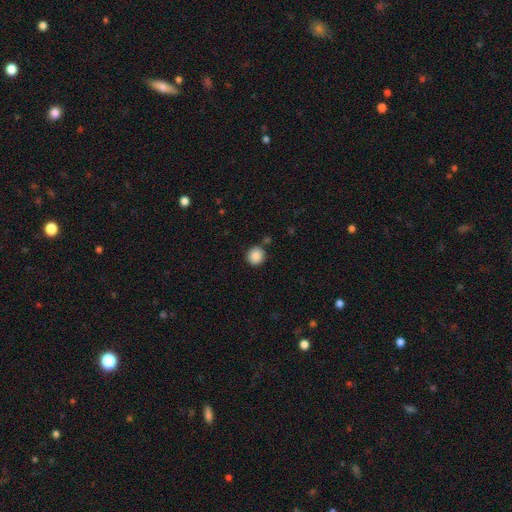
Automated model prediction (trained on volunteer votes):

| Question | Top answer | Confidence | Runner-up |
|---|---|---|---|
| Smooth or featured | smooth | 88% | star or artifact (9%) |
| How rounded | round | 89% | in between (10%) |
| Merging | none | 83% | minor disturbance (9%) |